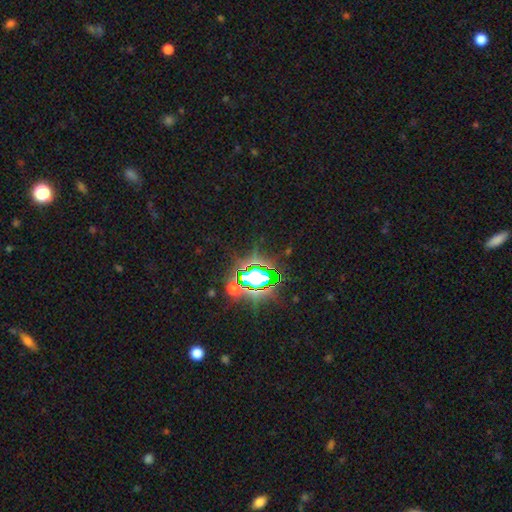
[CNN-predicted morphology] The model was most divided on "smooth or featured": star or artifact: 77%, smooth: 14%, featured or disk: 9%.